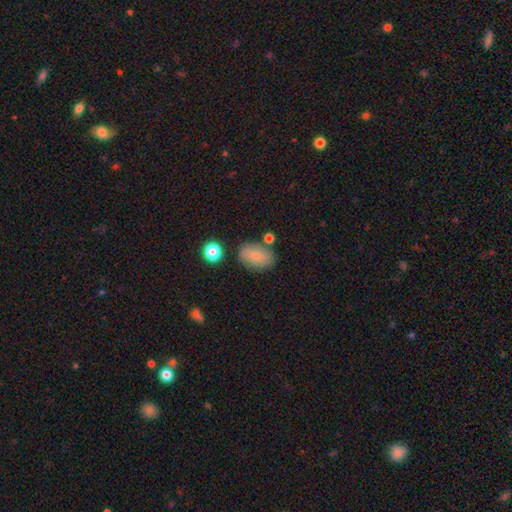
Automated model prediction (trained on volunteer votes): Smooth or featured? smooth (77%)
How rounded? in between (83%)
Merging? none (73%)